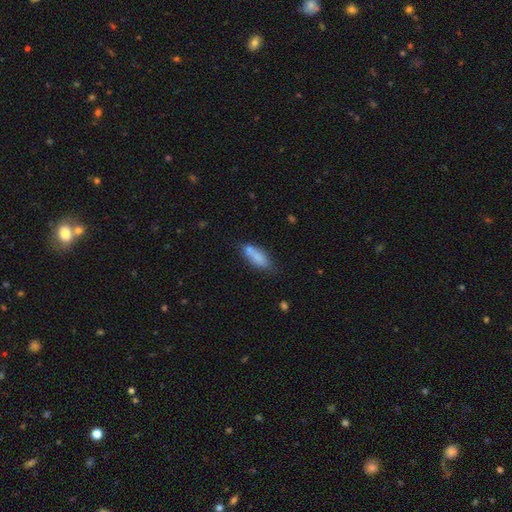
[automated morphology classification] A smooth galaxy with no disk features (77%) that is in between round and cigar-shaped (57%).

Vote fractions:
- Smooth or featured? smooth: 77% / featured or disk: 15% / star or artifact: 8%
- How rounded? in between: 57% / cigar-shaped: 41% / round: 2%
- Merging? none: 56% / minor disturbance: 22% / merger: 15% / major disturbance: 7%